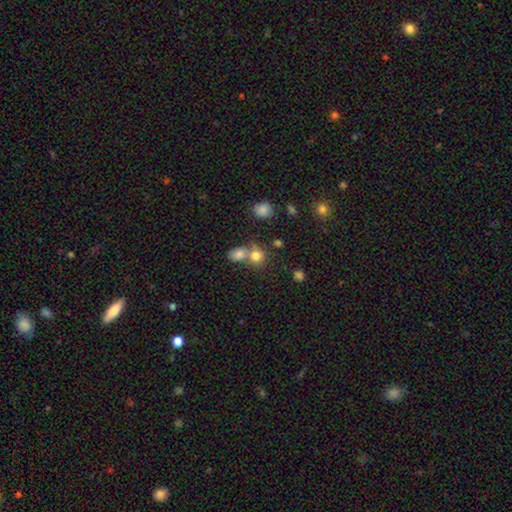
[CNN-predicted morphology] This appears to be a smooth galaxy with no disk features (78%) that is round (79%). Merging: none (45%).